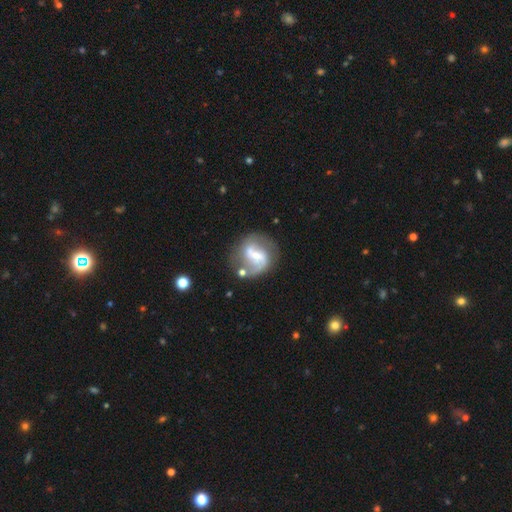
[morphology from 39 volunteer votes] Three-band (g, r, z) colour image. It shows a featured or disk galaxy (77%) with a weak bar (59%), 2 (96%) loose (50%) spiral arms (90%) and a small central bulge (62%). Merging: none (74%).